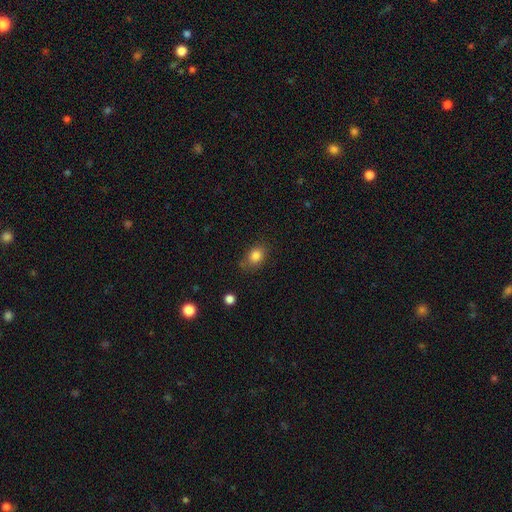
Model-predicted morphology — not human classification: smooth 83%, star or artifact 10%, featured or disk 7%. Down the decision tree: how rounded — in between (63%); merging — none (71%).